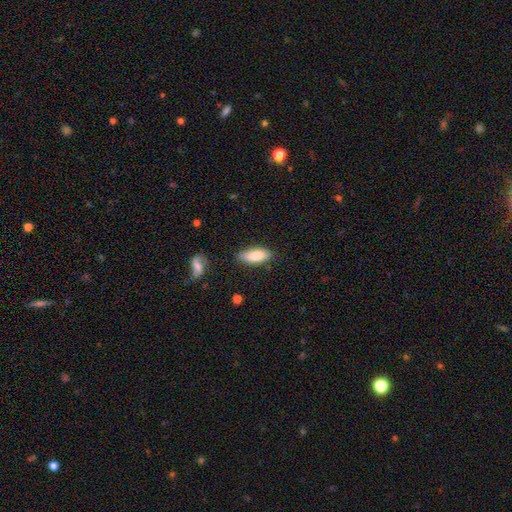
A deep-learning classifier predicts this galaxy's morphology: The model was most divided on "how rounded": in between: 74%, cigar-shaped: 24%, round: 2%. More confident: smooth or featured — smooth (83%); merging — none (80%).